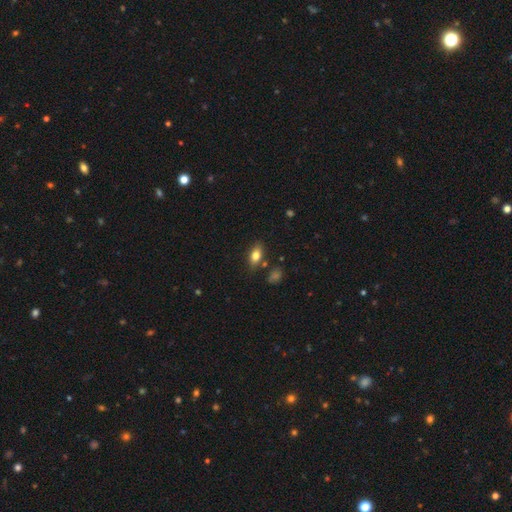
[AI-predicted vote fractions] This is likely a smooth galaxy (77%). How rounded: clearly in between (84%). Merging: likely none (78%).